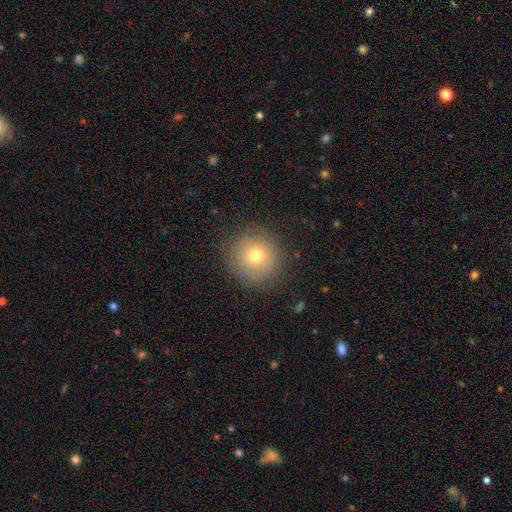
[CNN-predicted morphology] Smooth or featured?
  - smooth: 68% *
  - featured or disk: 18%
  - star or artifact: 13%
How rounded?
  - round: 94% *
  - in between: 5%
  - cigar-shaped: 1%
Merging?
  - none: 85% *
  - minor disturbance: 10%
  - major disturbance: 4%
  - merger: 1%